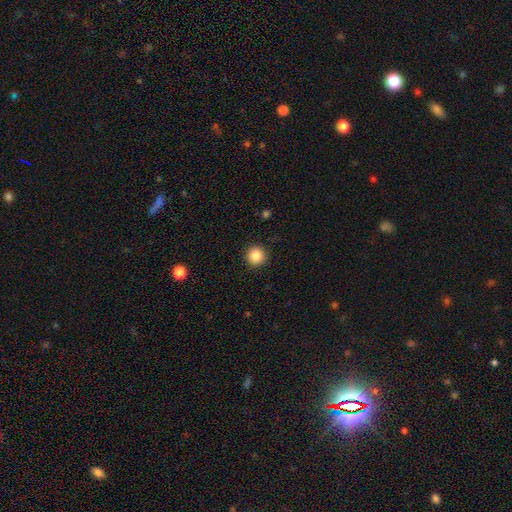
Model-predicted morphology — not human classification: The model was most divided on "smooth or featured": smooth: 85%, star or artifact: 10%, featured or disk: 5%. More confident: how rounded — round (95%); merging — none (92%).